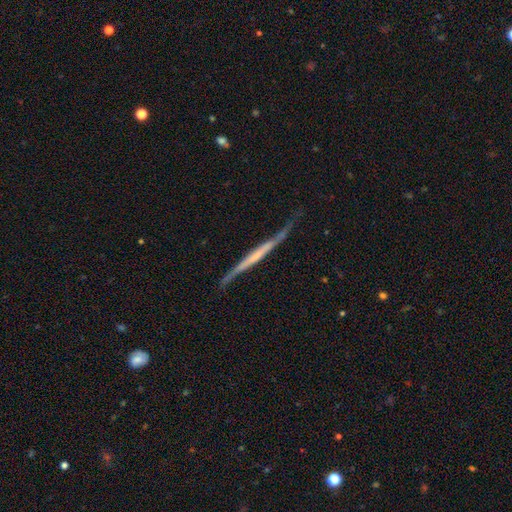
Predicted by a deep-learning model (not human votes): Q: Smooth or featured?
A: featured or disk (71%); runner-up: smooth (23%)
Q: Edge-on disk?
A: yes (91%); runner-up: no (9%)
Q: Edge-on bulge?
A: none (72%); runner-up: rounded (15%)
Q: Merging?
A: none (63%); runner-up: minor disturbance (25%)